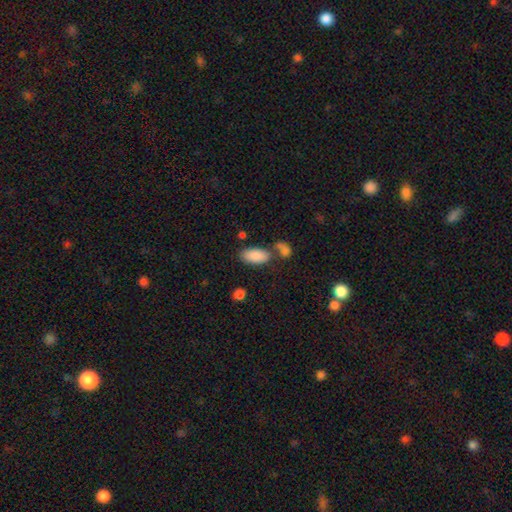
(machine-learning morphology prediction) Smooth or featured? smooth (86%)
How rounded? in between (93%)
Merging? none (58%)